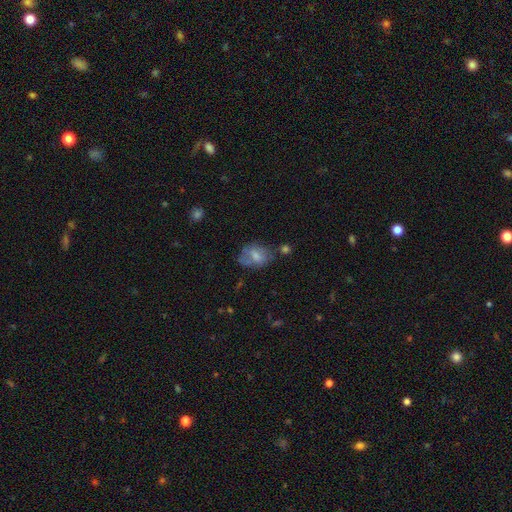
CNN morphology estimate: Smooth or featured?
  - smooth: 64% *
  - featured or disk: 27%
  - star or artifact: 10%
How rounded?
  - in between: 71% *
  - round: 28%
  - cigar-shaped: 1%
Merging?
  - none: 43% *
  - minor disturbance: 27%
  - major disturbance: 17%
  - merger: 13%